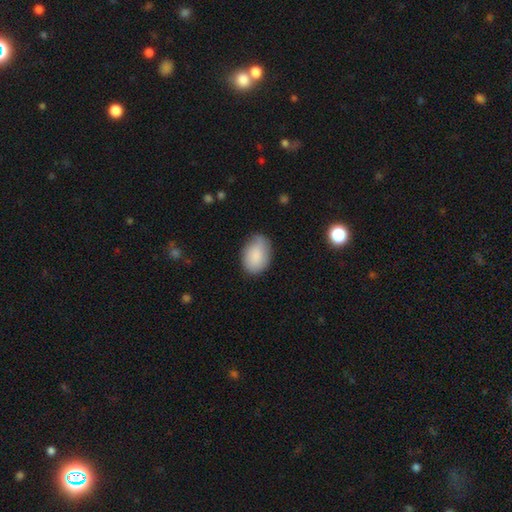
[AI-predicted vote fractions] Smooth or featured? smooth (86%)
How rounded? in between (85%)
Merging? none (73%)